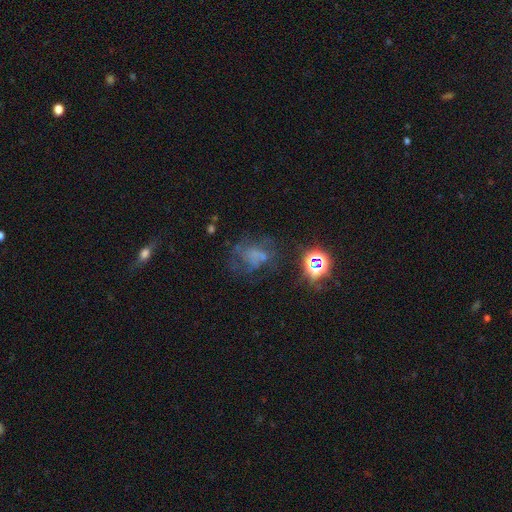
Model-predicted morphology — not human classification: Overall: featured or disk (40%; star or artifact 32%). Merging: none (44%; major disturbance 29%).